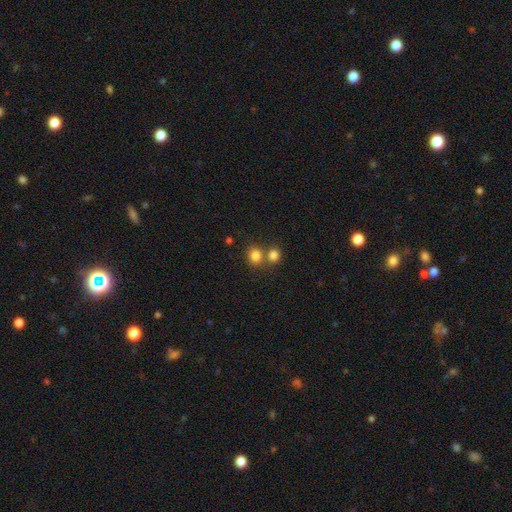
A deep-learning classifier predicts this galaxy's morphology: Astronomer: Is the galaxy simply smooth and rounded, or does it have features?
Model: smooth — 82%.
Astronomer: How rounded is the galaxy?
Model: round — 77%.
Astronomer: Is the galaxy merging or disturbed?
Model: none — 55% (runner-up: merger, 35%).